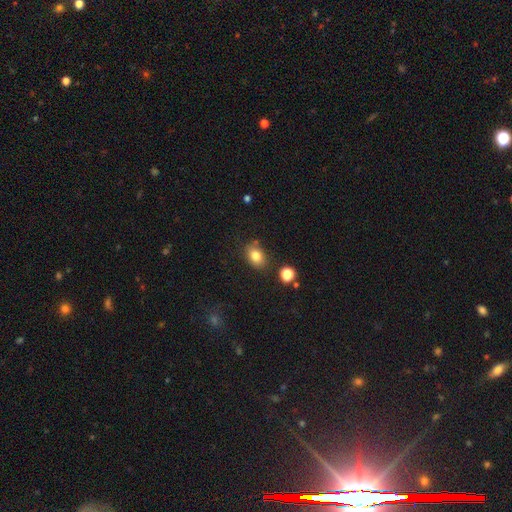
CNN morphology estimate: Smooth or featured? smooth (82%)
How rounded? in between (71%)
Merging? none (79%)